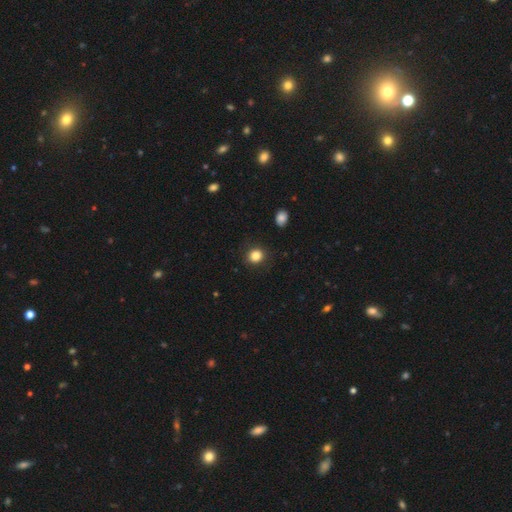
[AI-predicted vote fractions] Q: Smooth or featured?
A: smooth (84%); runner-up: star or artifact (11%)
Q: How rounded?
A: round (80%); runner-up: in between (19%)
Q: Merging?
A: none (88%); runner-up: minor disturbance (8%)